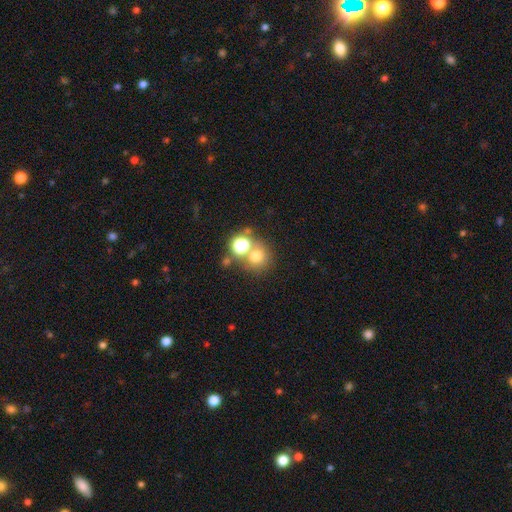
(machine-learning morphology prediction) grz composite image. It shows a smooth galaxy with no disk features (67%) that is round (86%). Merging: none (57%).